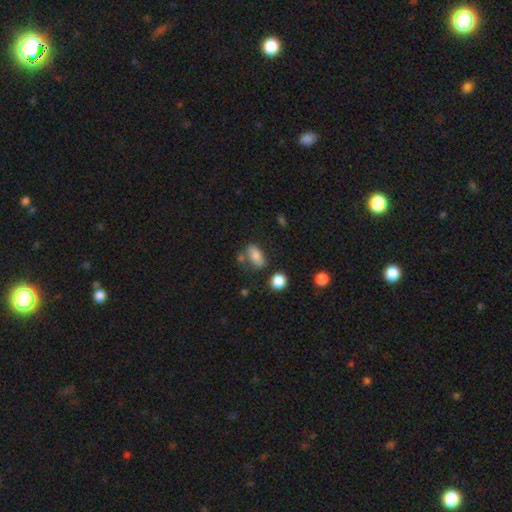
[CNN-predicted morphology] Smooth or featured: smooth — 78% (featured or disk — 12%)
How rounded: in between — 85% (round — 9%)
Merging: none — 62% (minor disturbance — 19%)